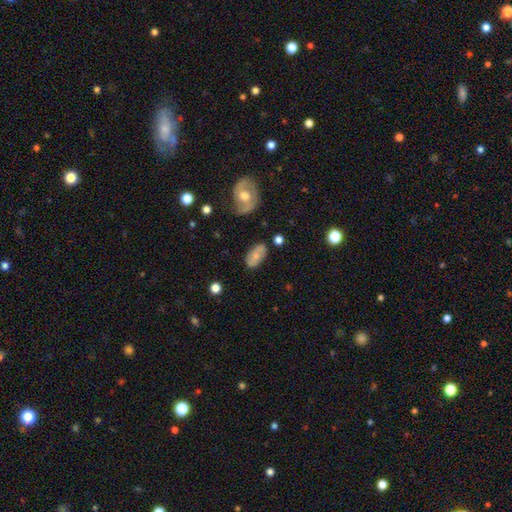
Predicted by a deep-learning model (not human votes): Smooth or featured?
  - smooth: 63% *
  - featured or disk: 29%
  - star or artifact: 8%
How rounded?
  - in between: 92% *
  - round: 5%
  - cigar-shaped: 3%
Merging?
  - none: 75% *
  - minor disturbance: 18%
  - major disturbance: 5%
  - merger: 3%